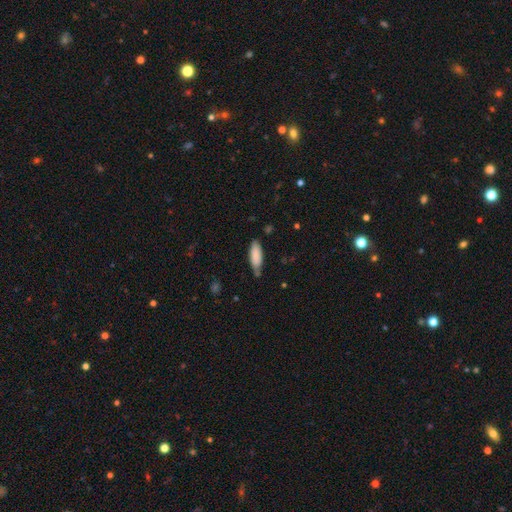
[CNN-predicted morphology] Smooth or featured? Predicted: smooth (p=0.84). How rounded? Predicted: in between (p=0.62). Merging? Predicted: none (p=0.63).